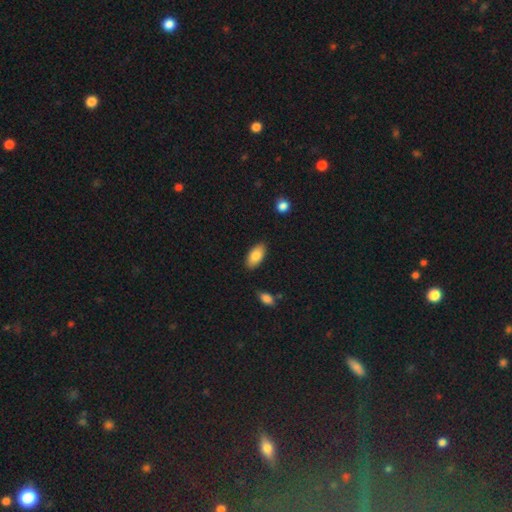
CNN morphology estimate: A smooth galaxy with no disk features (84%) that is in between round and cigar-shaped (93%). Merging: none (85%).